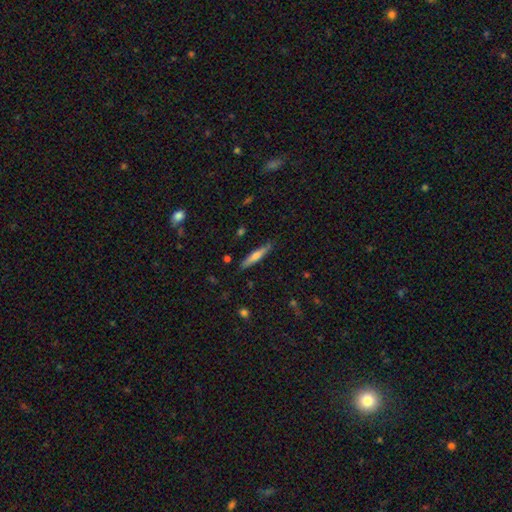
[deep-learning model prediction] Smooth or featured? Predicted: smooth (p=0.54). How rounded? Predicted: cigar-shaped (p=0.91). Merging? Predicted: none (p=0.87).